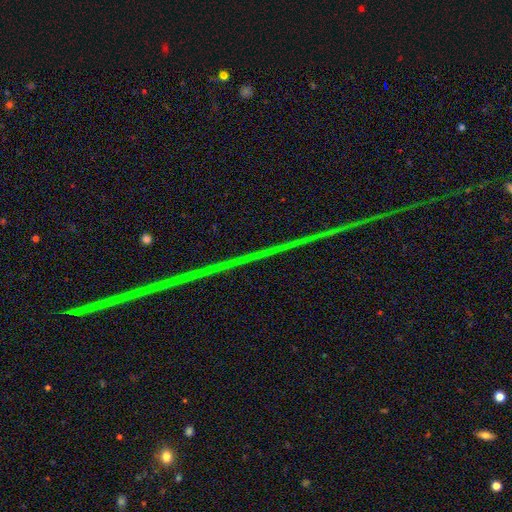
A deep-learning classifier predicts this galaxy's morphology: This is clearly a star or artifact rather than a galaxy (81%).